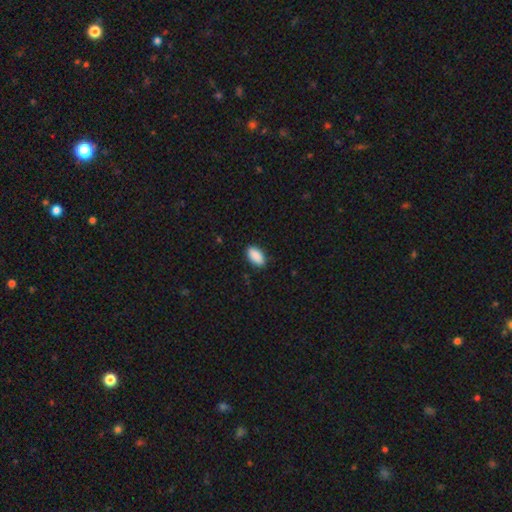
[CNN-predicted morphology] Smooth or featured? Predicted: smooth (p=0.90). How rounded? Predicted: in between (p=0.94). Merging? Predicted: none (p=0.87).